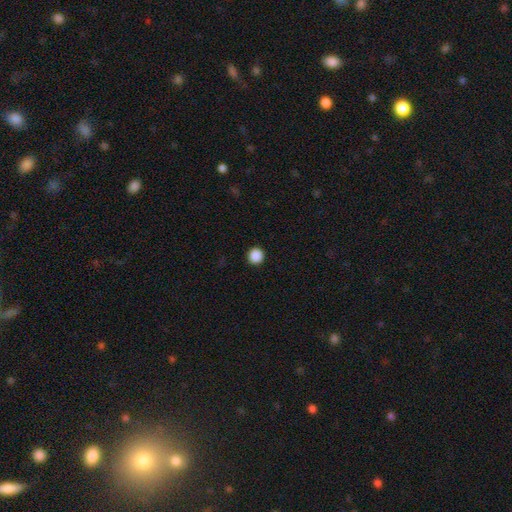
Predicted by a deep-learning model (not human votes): Q: Smooth or featured?
A: smooth (88%); runner-up: star or artifact (10%)
Q: How rounded?
A: round (95%); runner-up: in between (4%)
Q: Merging?
A: none (93%); runner-up: minor disturbance (4%)